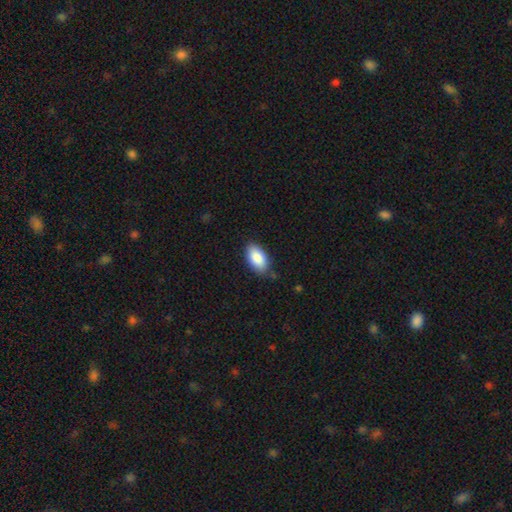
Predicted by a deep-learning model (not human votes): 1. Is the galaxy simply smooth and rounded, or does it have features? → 88% smooth, 6% star or artifact, 6% featured or disk.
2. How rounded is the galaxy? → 94% in between, 3% round, 3% cigar-shaped.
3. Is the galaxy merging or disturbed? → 81% none, 15% minor disturbance, 3% major disturbance, 1% merger.